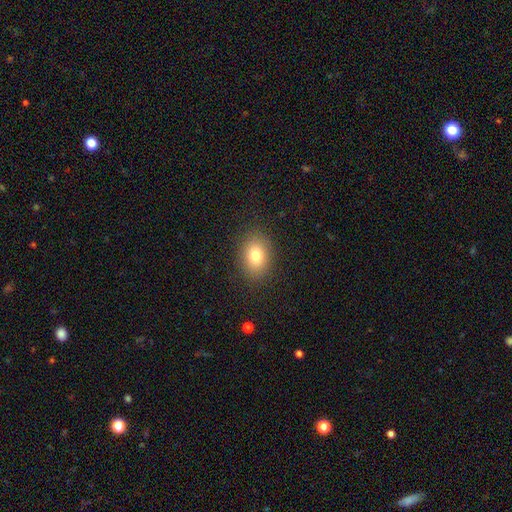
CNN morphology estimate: A smooth galaxy with no disk features (80%) that is in between round and cigar-shaped (67%).

Vote fractions:
- Smooth or featured? smooth: 80% / star or artifact: 11% / featured or disk: 10%
- How rounded? in between: 67% / round: 32% / cigar-shaped: 1%
- Merging? none: 87% / minor disturbance: 8% / major disturbance: 3% / merger: 1%